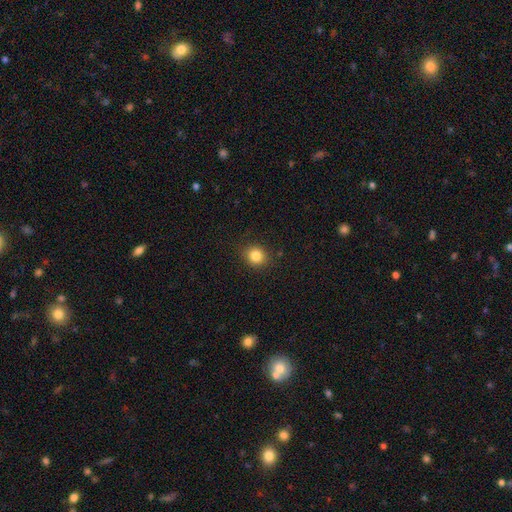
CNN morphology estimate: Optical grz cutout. It shows a smooth galaxy with no disk features (83%) that is round (79%). Merging: none (88%).